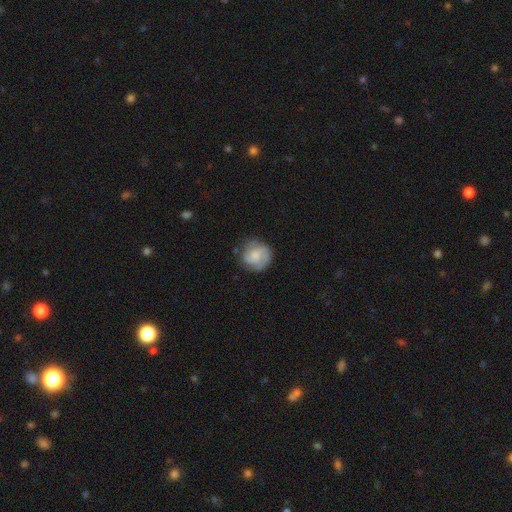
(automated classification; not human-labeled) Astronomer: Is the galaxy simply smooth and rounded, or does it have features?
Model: featured or disk — 55% (runner-up: smooth, 39%).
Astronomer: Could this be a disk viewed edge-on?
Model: no — 98%.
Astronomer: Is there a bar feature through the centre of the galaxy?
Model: no — 65%.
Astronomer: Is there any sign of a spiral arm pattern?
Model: yes — 90%.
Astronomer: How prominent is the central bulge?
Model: small — 34% (runner-up: moderate, 32%).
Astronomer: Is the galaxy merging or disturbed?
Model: none — 74%.